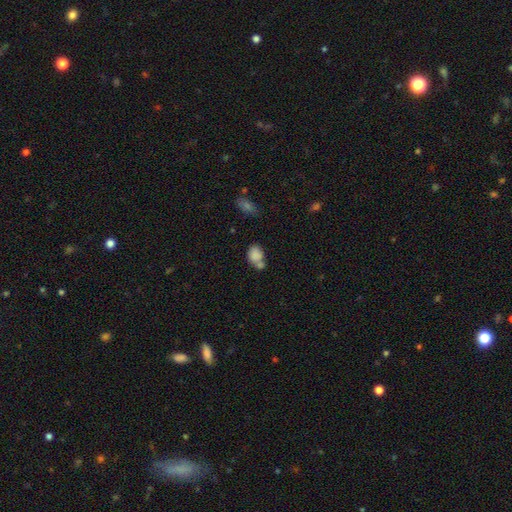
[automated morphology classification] Smooth or featured? Predicted: smooth (p=0.83). How rounded? Predicted: in between (p=0.61). Merging? Predicted: merger (p=0.42).